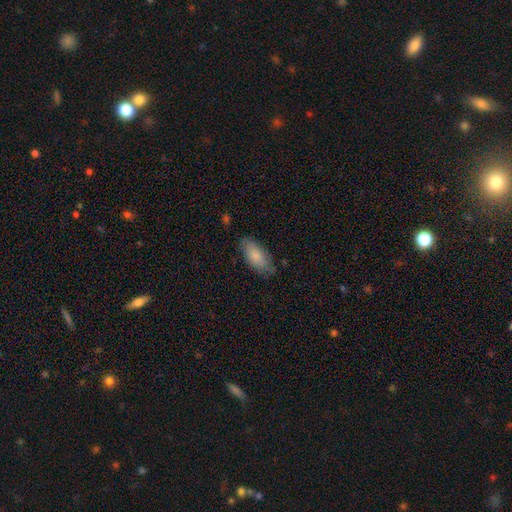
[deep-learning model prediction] Smooth or featured? smooth (81%)
How rounded? in between (88%)
Merging? none (74%)